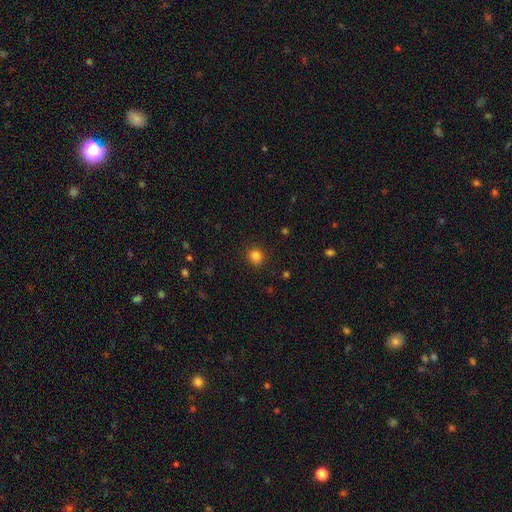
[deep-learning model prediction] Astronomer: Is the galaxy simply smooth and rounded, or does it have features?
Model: smooth — 83%.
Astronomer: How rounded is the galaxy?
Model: round — 89%.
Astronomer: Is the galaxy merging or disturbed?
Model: none — 90%.